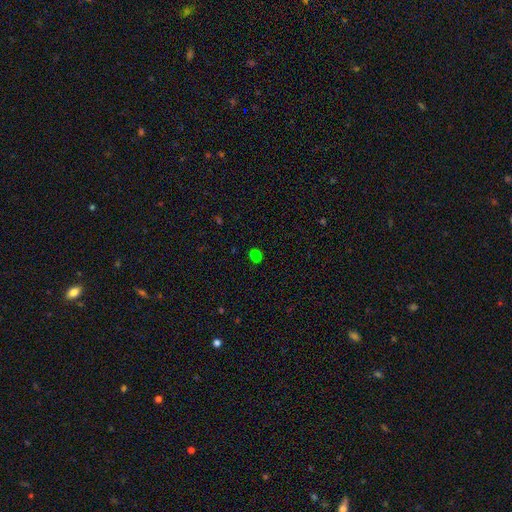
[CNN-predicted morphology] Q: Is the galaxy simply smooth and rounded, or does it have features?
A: smooth — 59%.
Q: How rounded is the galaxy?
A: round — 73%.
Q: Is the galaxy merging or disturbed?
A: none — 78%.